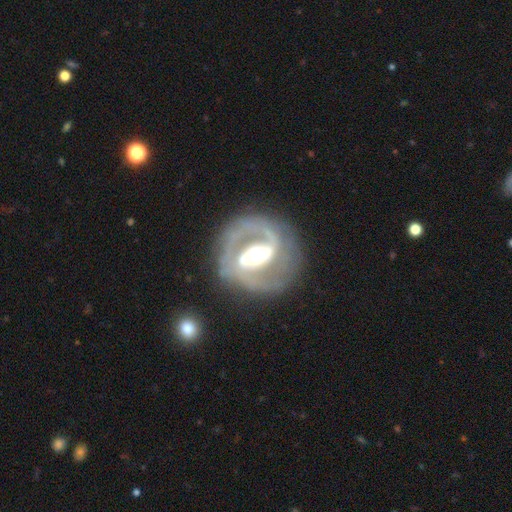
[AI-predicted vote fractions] featured or disk 88%, smooth 7%, star or artifact 5%. Down the decision tree: edge-on disk — no (97%); bar — strong (52%); spiral arms — yes (92%); spiral arm count — 2 (85%); spiral winding — medium (45%); bulge size — moderate (63%); merging — none (78%).